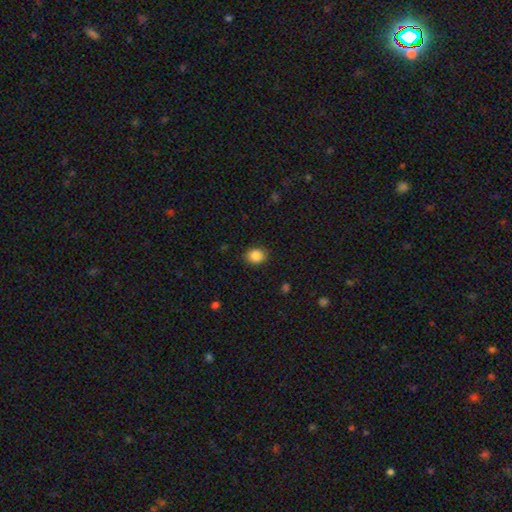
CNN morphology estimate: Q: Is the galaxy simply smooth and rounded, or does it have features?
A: smooth — 87%.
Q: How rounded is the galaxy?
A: round — 67%.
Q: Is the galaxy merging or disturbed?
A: none — 87%.